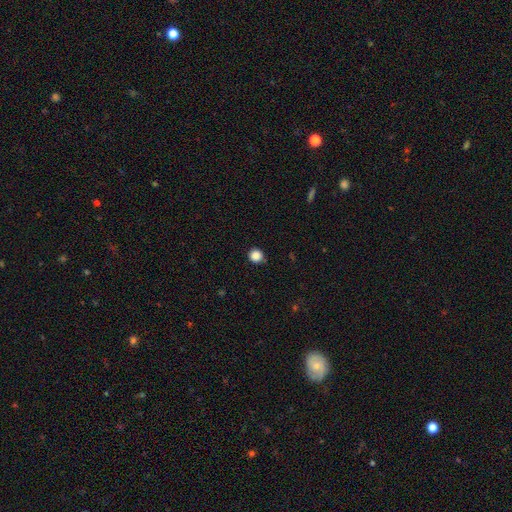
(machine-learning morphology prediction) smooth 87%, star or artifact 11%, featured or disk 2%. Down the decision tree: how rounded — round (94%); merging — none (90%).